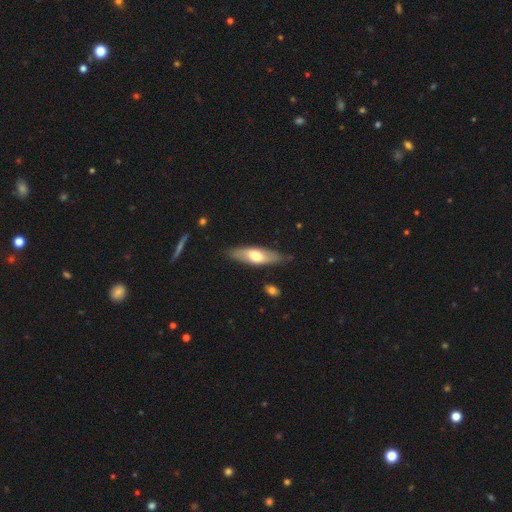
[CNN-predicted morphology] This appears to be a smooth galaxy with no disk features (56%) that is in between round and cigar-shaped (50%). Merging: none (82%).